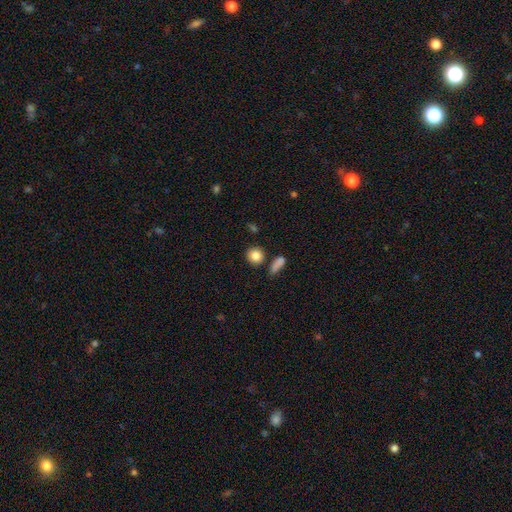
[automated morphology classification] Q: Smooth or featured?
A: smooth (84%); runner-up: star or artifact (9%)
Q: How rounded?
A: round (84%); runner-up: in between (14%)
Q: Merging?
A: none (79%); runner-up: minor disturbance (10%)